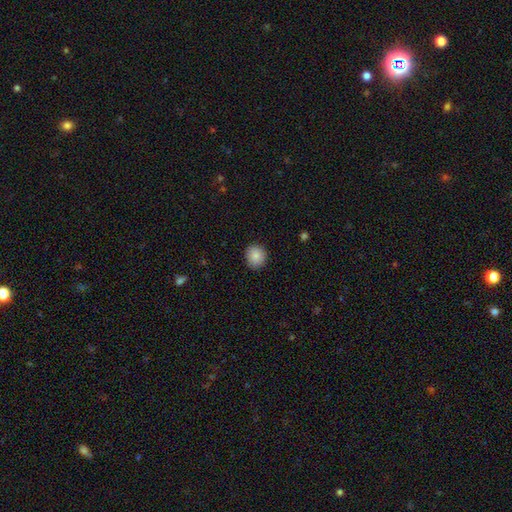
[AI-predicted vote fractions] Smooth or featured? Predicted: smooth (p=0.86). How rounded? Predicted: round (p=0.84). Merging? Predicted: none (p=0.89).